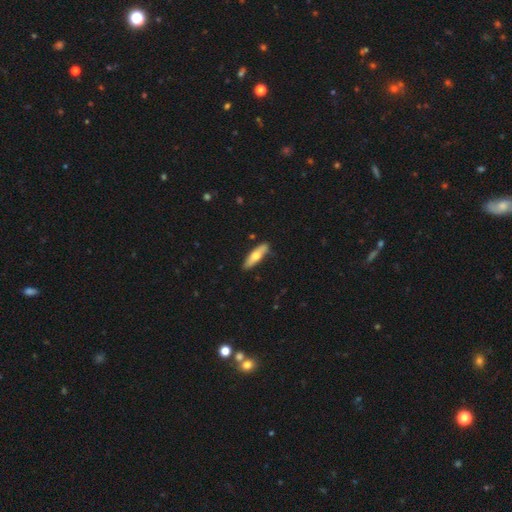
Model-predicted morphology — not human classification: Smooth or featured?
  - smooth: 61% *
  - featured or disk: 34%
  - star or artifact: 5%
How rounded?
  - cigar-shaped: 62% *
  - in between: 36%
  - round: 2%
Merging?
  - none: 85% *
  - minor disturbance: 11%
  - major disturbance: 2%
  - merger: 1%